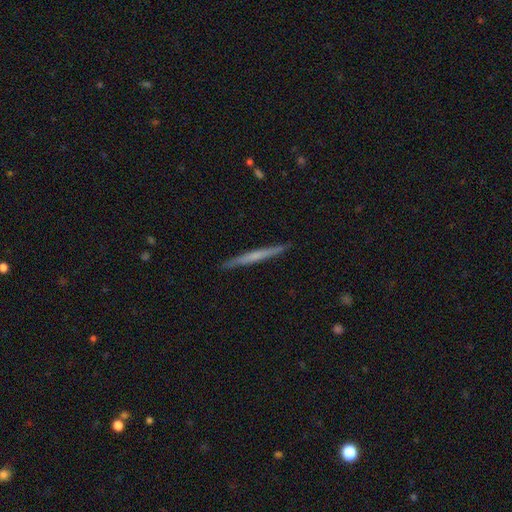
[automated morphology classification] Smooth or featured? featured or disk (54%)
Edge-on disk? yes (97%)
Edge-on bulge? none (67%)
Merging? none (91%)